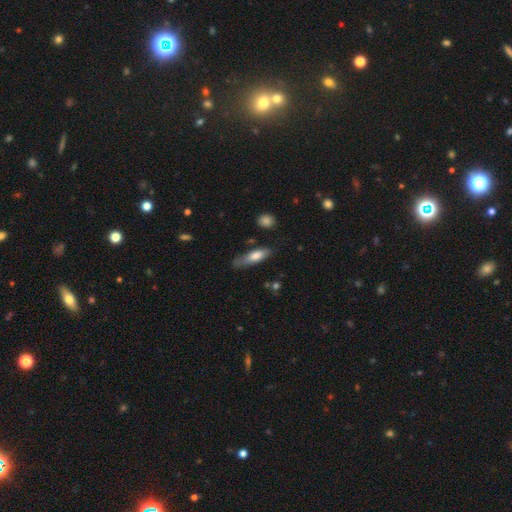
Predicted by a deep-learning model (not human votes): smooth_or_featured: smooth (p=0.71) [alt: featured or disk p=0.23]
how_rounded: cigar-shaped (p=0.54) [alt: in between p=0.44]
merging: none (p=0.59) [alt: minor disturbance p=0.28]